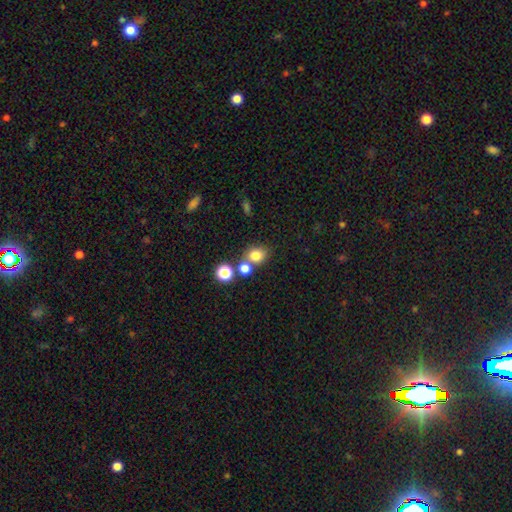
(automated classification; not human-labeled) smooth_or_featured: smooth (p=0.79) [alt: star or artifact p=0.14]
how_rounded: round (p=0.65) [alt: in between p=0.34]
merging: none (p=0.60) [alt: merger p=0.25]